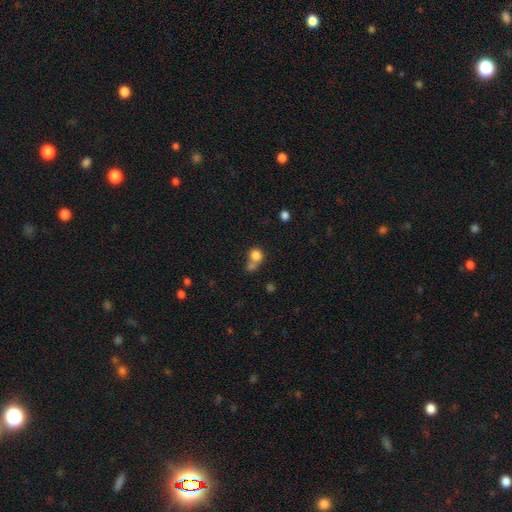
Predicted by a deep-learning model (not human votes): A smooth galaxy with no disk features (81%) that is round (82%). Merging: merger (44%).